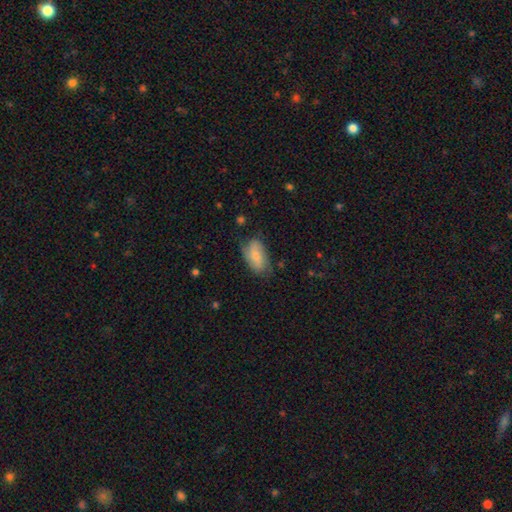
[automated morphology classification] Q: Smooth or featured?
A: smooth (70%); runner-up: featured or disk (24%)
Q: How rounded?
A: in between (92%); runner-up: cigar-shaped (4%)
Q: Merging?
A: none (61%); runner-up: minor disturbance (28%)